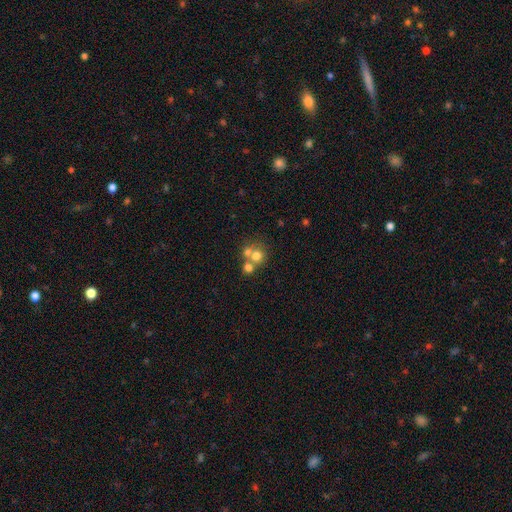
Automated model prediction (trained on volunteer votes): smooth-or-featured: smooth: 68% | featured or disk: 18% | star or artifact: 14%
  how-rounded: round: 85% | in between: 14% | cigar-shaped: 1%
  merging: merger: 50% | none: 40% | minor disturbance: 6% | major disturbance: 4%